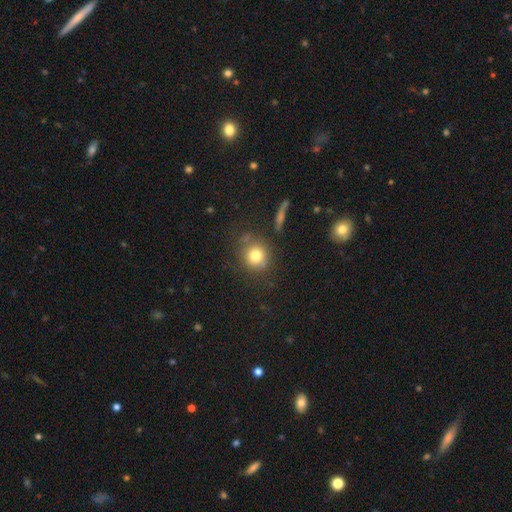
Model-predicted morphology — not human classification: Smooth or featured? smooth (78%)
How rounded? round (87%)
Merging? none (76%)